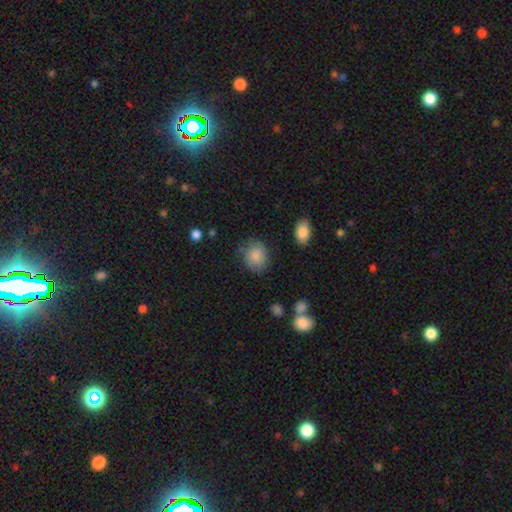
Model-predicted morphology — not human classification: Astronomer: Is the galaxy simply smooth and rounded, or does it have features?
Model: smooth — 86%.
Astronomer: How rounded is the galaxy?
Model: round — 57% (runner-up: in between, 42%).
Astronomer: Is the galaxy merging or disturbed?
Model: none — 71%.